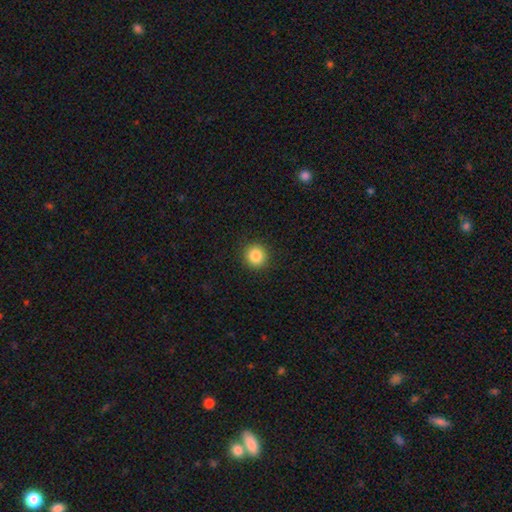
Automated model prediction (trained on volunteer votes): Smooth or featured? smooth (85%)
How rounded? round (93%)
Merging? none (91%)